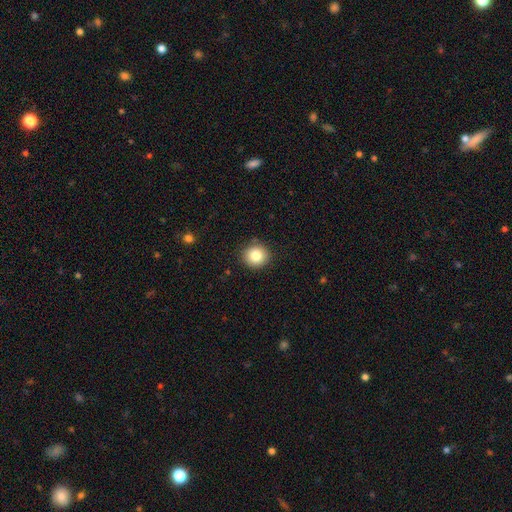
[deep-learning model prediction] This is clearly a smooth galaxy (83%). How rounded: clearly round (89%). Merging: clearly none (89%).